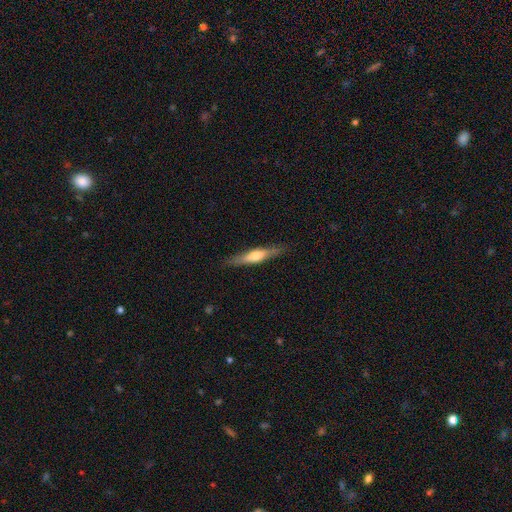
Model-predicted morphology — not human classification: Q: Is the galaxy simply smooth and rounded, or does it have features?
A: featured or disk — 54%.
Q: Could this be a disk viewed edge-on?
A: yes — 94%.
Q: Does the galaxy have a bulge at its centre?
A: rounded — 83%.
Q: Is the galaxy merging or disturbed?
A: none — 87%.